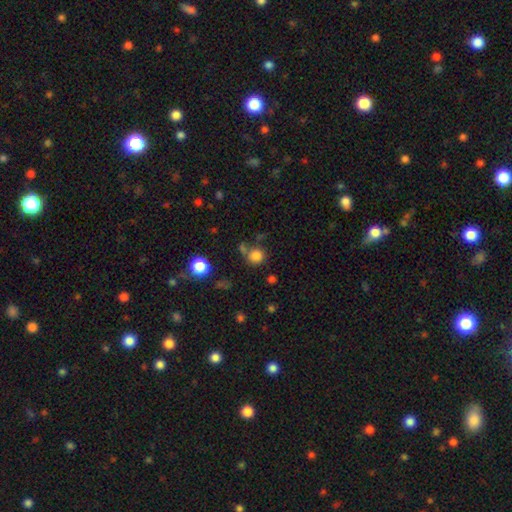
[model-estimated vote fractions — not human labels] smooth 81%, star or artifact 14%, featured or disk 5%. Down the decision tree: how rounded — round (90%); merging — none (68%).